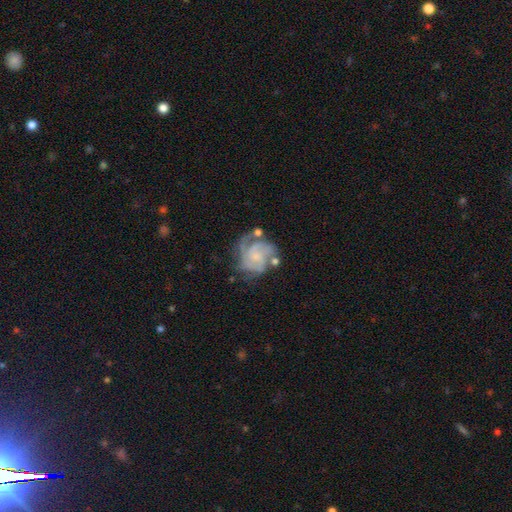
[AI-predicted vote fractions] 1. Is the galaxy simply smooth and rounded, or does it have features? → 79% featured or disk, 14% smooth, 6% star or artifact.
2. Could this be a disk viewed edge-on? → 98% no, 2% yes.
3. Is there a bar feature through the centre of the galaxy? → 69% no, 27% weak, 4% strong.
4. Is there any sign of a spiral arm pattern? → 92% yes, 8% no.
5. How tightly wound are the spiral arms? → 50% tight, 37% medium, 12% loose.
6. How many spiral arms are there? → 29% 3, 27% can't tell, 21% 2, 10% 4, 8% 1, 5% more than 4.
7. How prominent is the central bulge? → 42% small, 34% none, 19% moderate, 4% large, 1% dominant.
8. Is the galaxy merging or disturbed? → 50% none, 22% minor disturbance, 20% major disturbance, 8% merger.